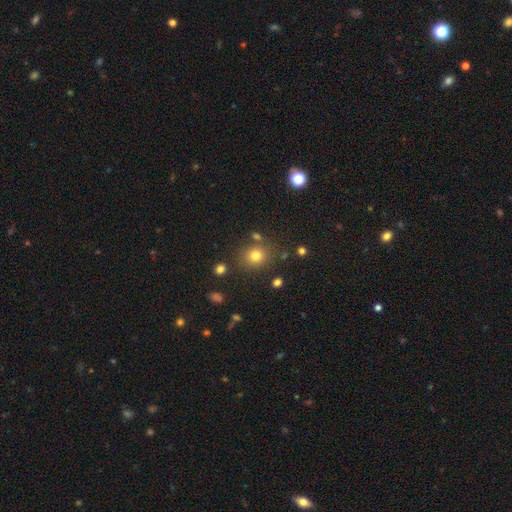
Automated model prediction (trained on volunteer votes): Morphology: type=smooth (77%); roundness=round (79%); merging=none (79%).